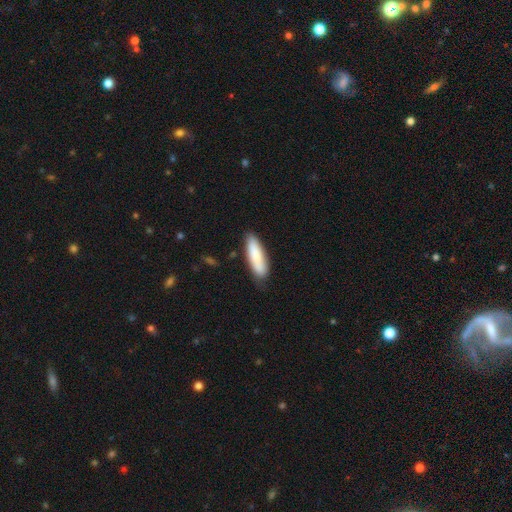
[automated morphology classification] smooth 83%, featured or disk 11%, star or artifact 5%. Down the decision tree: how rounded — cigar-shaped (59%); merging — none (78%).